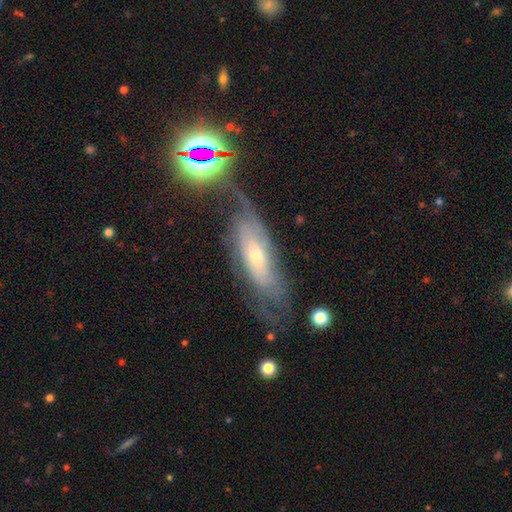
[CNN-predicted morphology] smooth_or_featured: featured or disk (p=0.67) [alt: smooth p=0.19]
disk_edge_on: no (p=0.76) [alt: yes p=0.24]
bar: no (p=0.64) [alt: weak p=0.26]
has_spiral_arms: yes (p=0.81) [alt: no p=0.19]
bulge_size: small (p=0.58) [alt: moderate p=0.37]
merging: none (p=0.58) [alt: minor disturbance p=0.22]